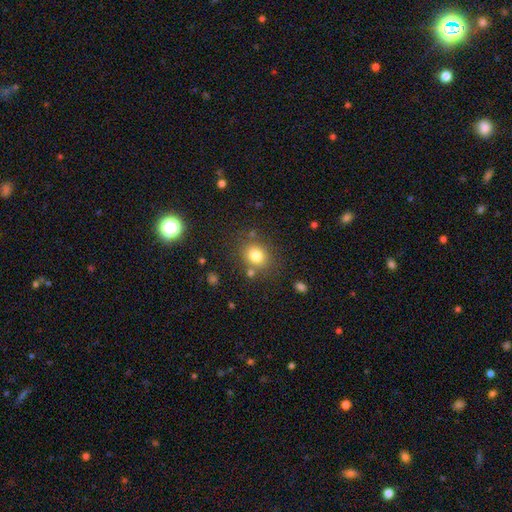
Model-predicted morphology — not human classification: Smooth or featured? Predicted: smooth (p=0.79). How rounded? Predicted: round (p=0.67). Merging? Predicted: none (p=0.77).